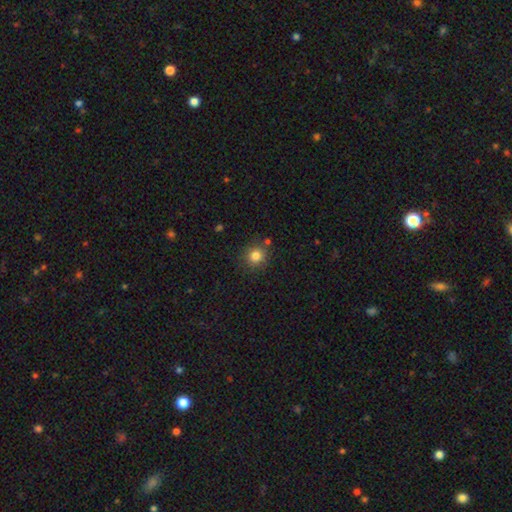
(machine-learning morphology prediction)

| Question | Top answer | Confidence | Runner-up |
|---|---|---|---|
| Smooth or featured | smooth | 83% | star or artifact (12%) |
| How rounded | round | 89% | in between (10%) |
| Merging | none | 82% | minor disturbance (10%) |